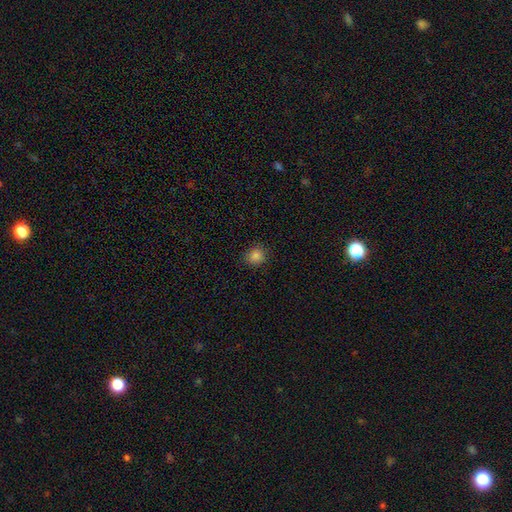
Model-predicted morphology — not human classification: Smooth or featured: smooth — 85% (star or artifact — 12%)
How rounded: round — 81% (in between — 18%)
Merging: none — 88% (minor disturbance — 8%)